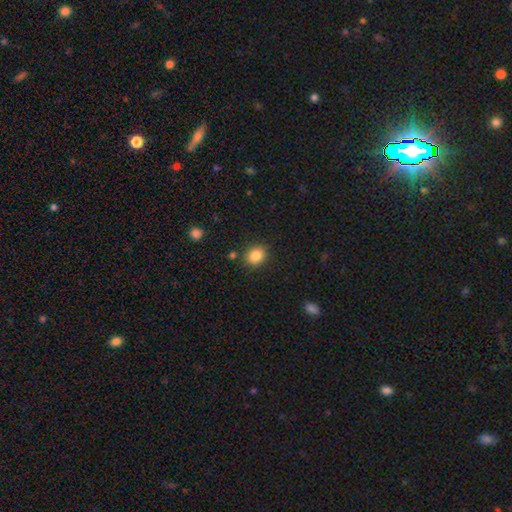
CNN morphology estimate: Smooth or featured? Predicted: smooth (p=0.86). How rounded? Predicted: round (p=0.64). Merging? Predicted: none (p=0.83).